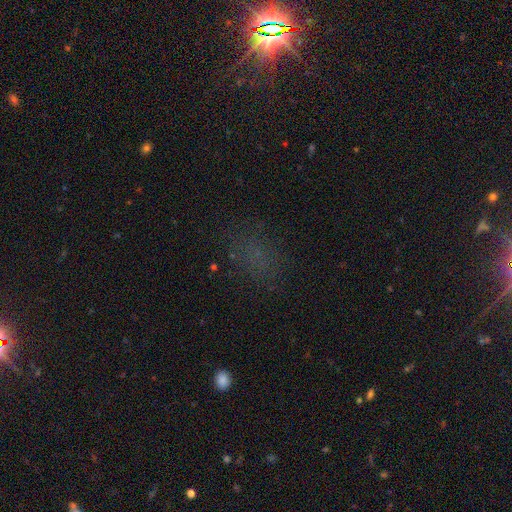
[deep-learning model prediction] Smooth or featured: smooth — 44% (tied with star or artifact — 44%)
Merging: none — 72% (minor disturbance — 15%)